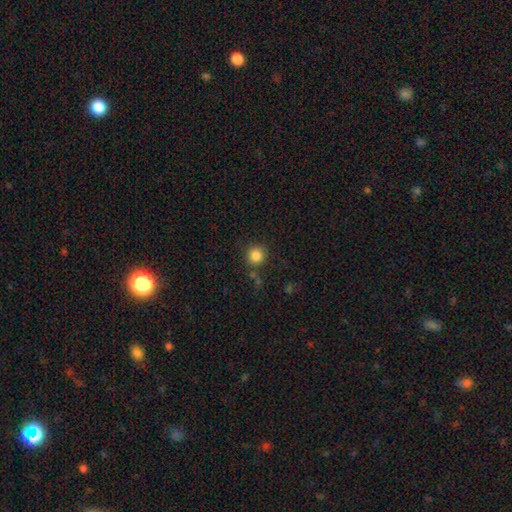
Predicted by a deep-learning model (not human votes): smooth_or_featured: smooth (p=0.84) [alt: star or artifact p=0.11]
how_rounded: round (p=0.94) [alt: in between p=0.05]
merging: none (p=0.85) [alt: minor disturbance p=0.08]